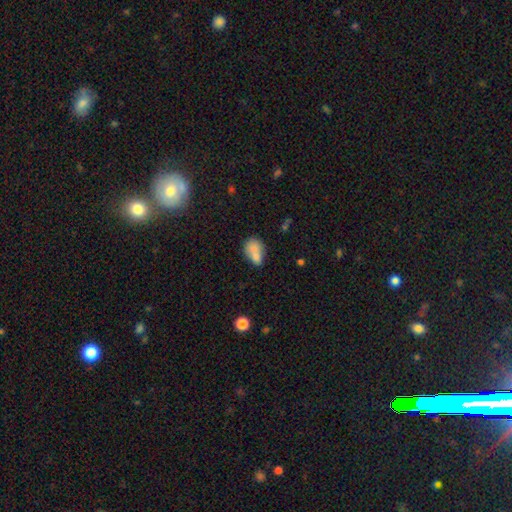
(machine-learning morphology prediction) This is likely a smooth galaxy (74%). How rounded: likely in between (70%). Merging: possibly merger (49%).